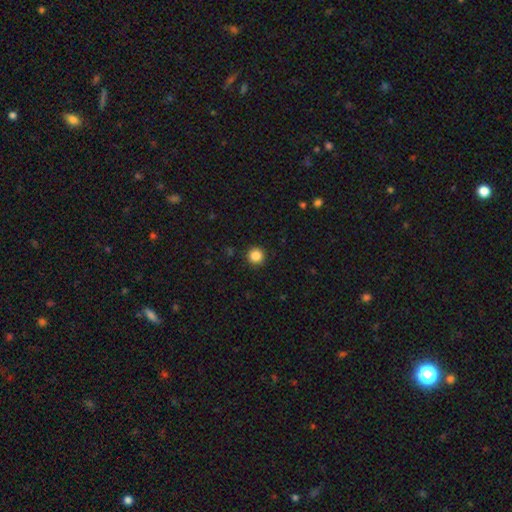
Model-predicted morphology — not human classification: This appears to be a smooth galaxy with no disk features (85%) that is round (96%). Merging: none (93%).